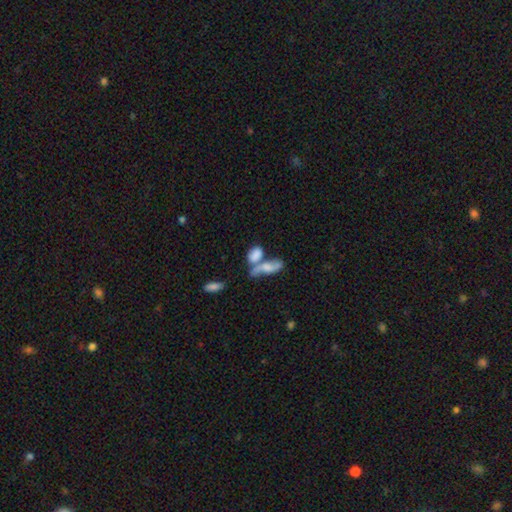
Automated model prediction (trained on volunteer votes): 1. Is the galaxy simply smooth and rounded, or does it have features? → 69% smooth, 22% featured or disk, 9% star or artifact.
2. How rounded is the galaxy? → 80% in between, 10% cigar-shaped, 10% round.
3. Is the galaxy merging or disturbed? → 59% merger, 23% none, 10% minor disturbance, 8% major disturbance.